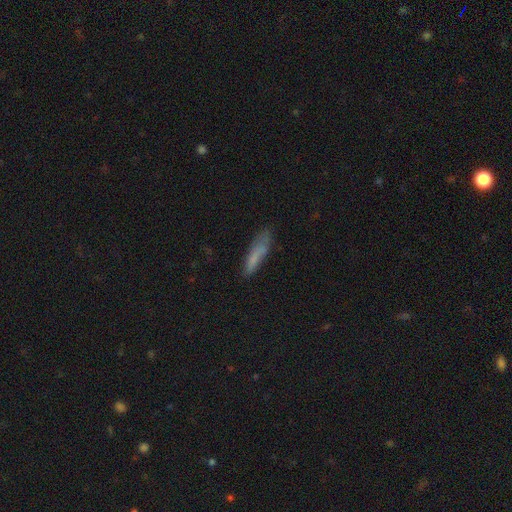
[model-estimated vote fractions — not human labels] Morphology: type=smooth (72%); roundness=cigar-shaped (79%); merging=none (61%).